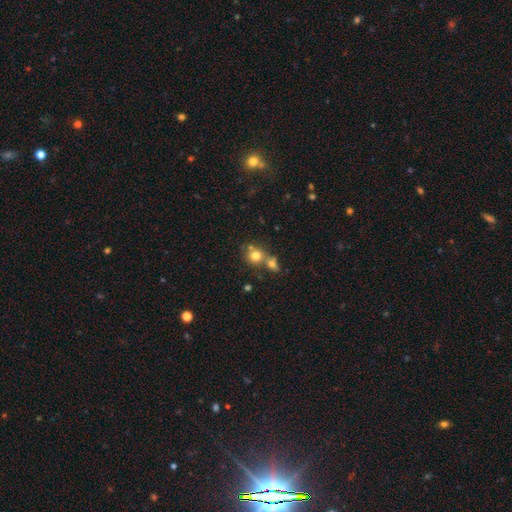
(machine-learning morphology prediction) smooth-or-featured: smooth: 74% | star or artifact: 13% | featured or disk: 12%
  how-rounded: round: 80% | in between: 19% | cigar-shaped: 1%
  merging: merger: 45% | none: 42% | minor disturbance: 8% | major disturbance: 4%